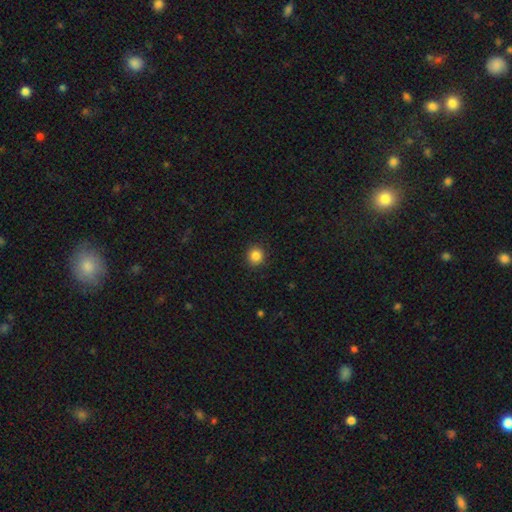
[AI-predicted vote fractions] A smooth galaxy with no disk features (86%) that is round (91%). Merging: none (92%).